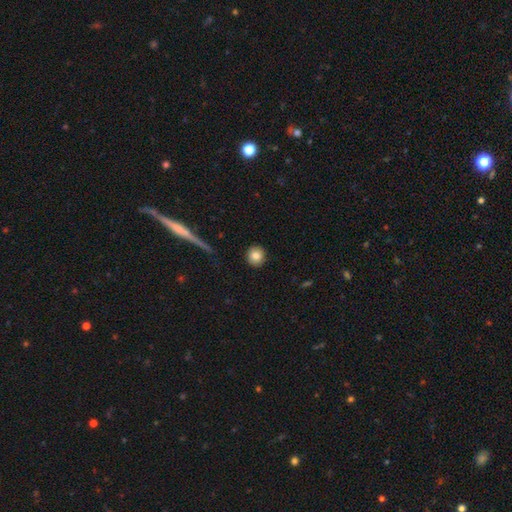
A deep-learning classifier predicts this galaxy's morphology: smooth 82%, featured or disk 9%, star or artifact 9%. Down the decision tree: how rounded — round (90%); merging — none (91%).